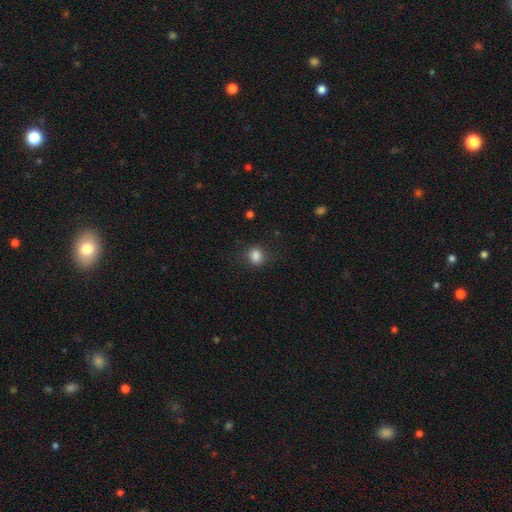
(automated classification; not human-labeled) Overall: smooth (85%). How rounded: round (59%; in between 39%). Merging: none (81%).